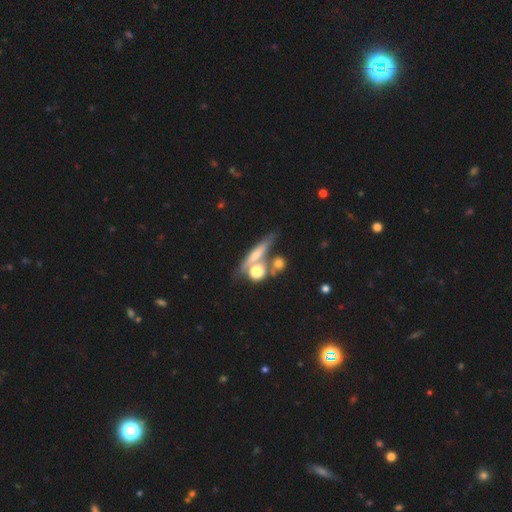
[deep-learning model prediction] smooth_or_featured: smooth (p=0.47) [alt: featured or disk p=0.38]
merging: none (p=0.57) [alt: merger p=0.22]